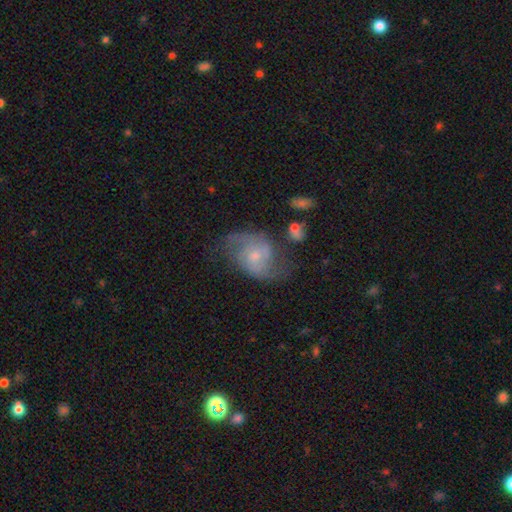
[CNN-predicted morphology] Overall: featured or disk (74%). Edge-on disk: no (97%). Bar: no (57%; weak 37%). Spiral arms: yes (90%). Spiral arm count: 2 (83%). Spiral winding: medium (48%; loose 34%). Bulge size: small (54%; moderate 37%). Merging: none (54%; minor disturbance 24%).